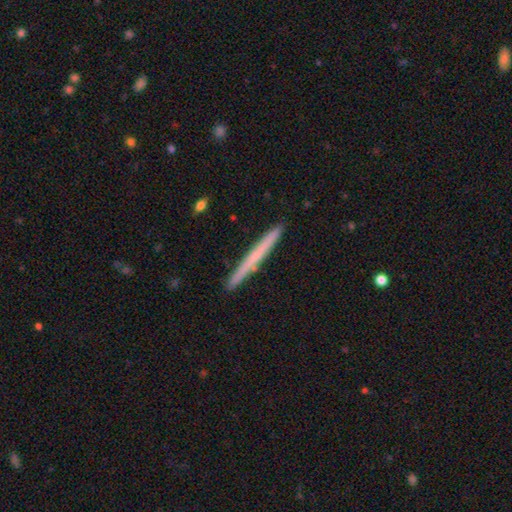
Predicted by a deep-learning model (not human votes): Smooth or featured? smooth (51%)
How rounded? cigar-shaped (97%)
Merging? none (92%)